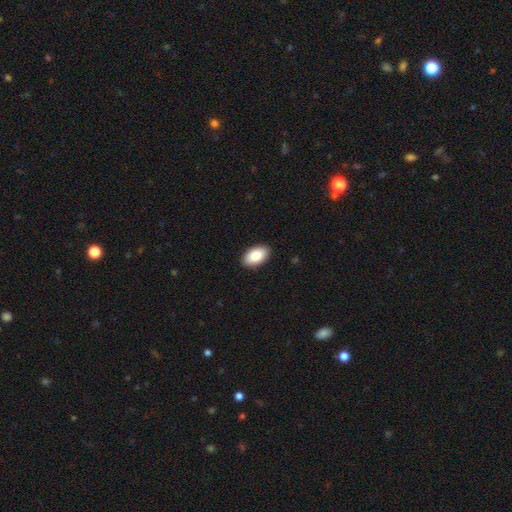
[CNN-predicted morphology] Overall: smooth (86%). How rounded: in between (94%). Merging: none (91%).